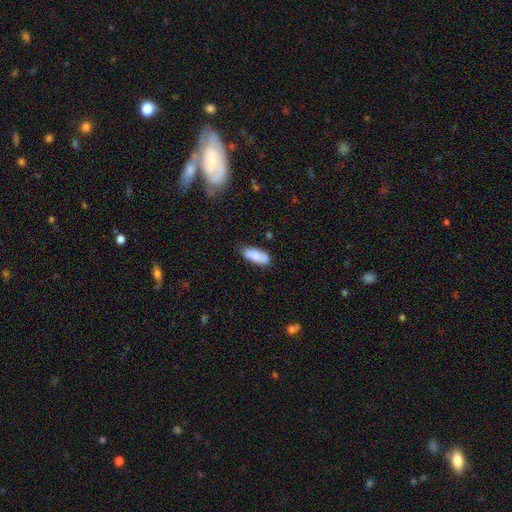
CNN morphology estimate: Smooth or featured?
  - smooth: 75% *
  - featured or disk: 18%
  - star or artifact: 7%
How rounded?
  - in between: 79% *
  - cigar-shaped: 19%
  - round: 2%
Merging?
  - none: 67% *
  - minor disturbance: 23%
  - merger: 5%
  - major disturbance: 5%